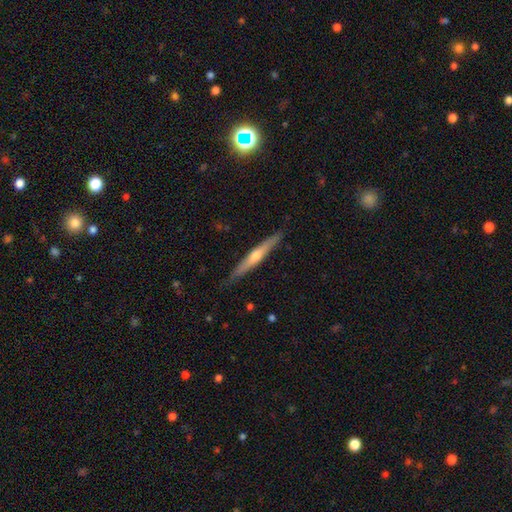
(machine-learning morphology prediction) Smooth or featured? featured or disk (63%)
Edge-on disk? yes (97%)
Edge-on bulge? rounded (78%)
Merging? none (88%)